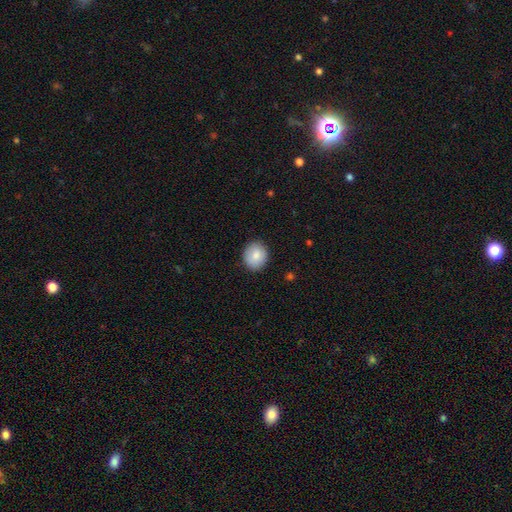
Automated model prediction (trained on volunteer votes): Morphology: type=smooth (84%); roundness=round (67%); merging=none (88%).